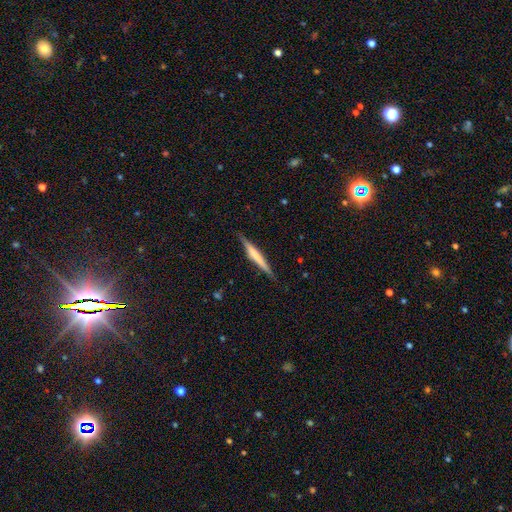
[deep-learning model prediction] A featured or disk galaxy (52%) viewed edge-on (97%) with no central bulge (61%). Merging: none (87%).